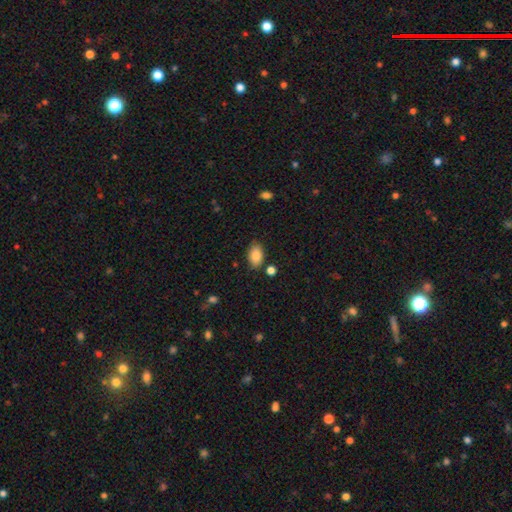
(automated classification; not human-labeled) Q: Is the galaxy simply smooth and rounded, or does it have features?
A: smooth — 87%.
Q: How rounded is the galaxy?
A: in between — 91%.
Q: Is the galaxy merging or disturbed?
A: none — 80%.